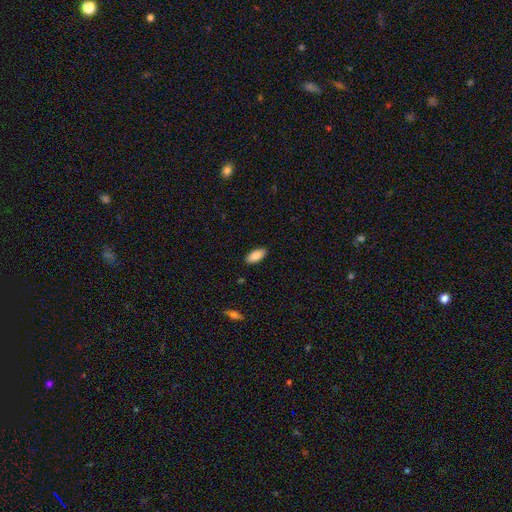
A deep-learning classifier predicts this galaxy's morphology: This appears to be a smooth galaxy with no disk features (88%) that is in between round and cigar-shaped (90%). Merging: none (89%).